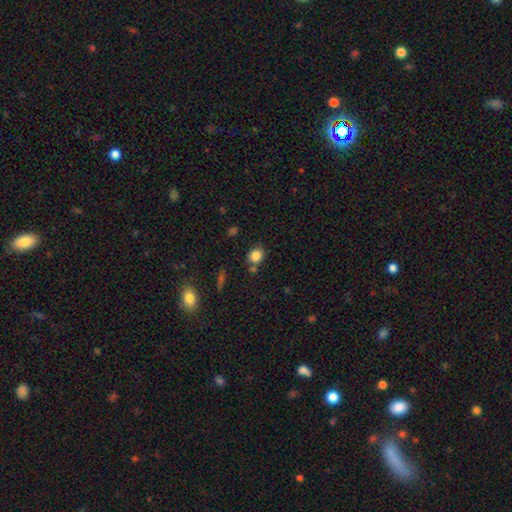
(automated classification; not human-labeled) This appears to be a smooth galaxy with no disk features (83%) that is round (69%). Merging: none (73%).